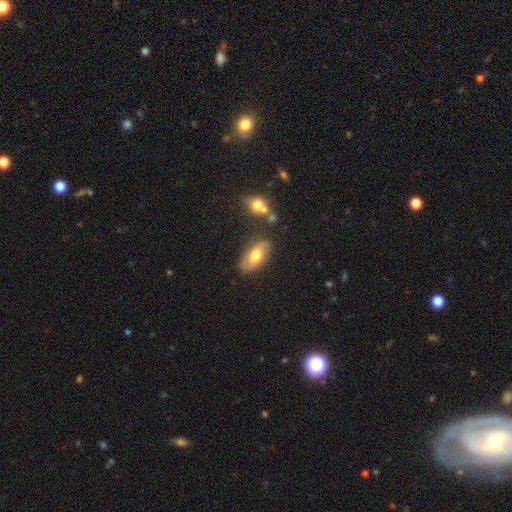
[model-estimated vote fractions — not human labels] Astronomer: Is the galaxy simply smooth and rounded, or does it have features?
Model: smooth — 52% (runner-up: featured or disk, 41%).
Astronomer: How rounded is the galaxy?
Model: in between — 89%.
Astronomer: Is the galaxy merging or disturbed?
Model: none — 72%.